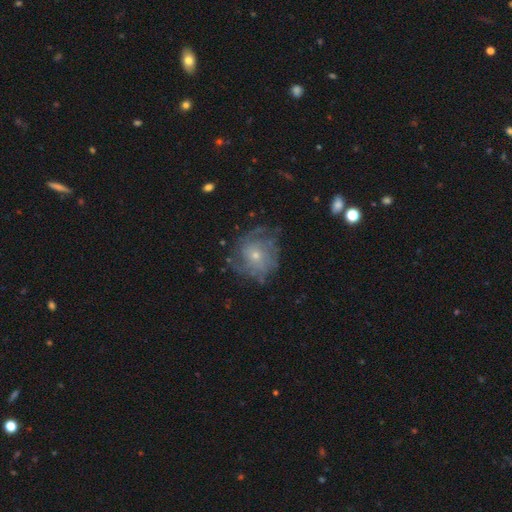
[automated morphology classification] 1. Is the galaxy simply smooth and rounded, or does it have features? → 67% featured or disk, 24% smooth, 9% star or artifact.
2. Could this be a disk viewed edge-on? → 97% no, 3% yes.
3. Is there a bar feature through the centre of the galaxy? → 82% no, 15% weak, 2% strong.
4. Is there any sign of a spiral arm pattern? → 79% yes, 21% no.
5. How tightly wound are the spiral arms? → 52% tight, 32% medium, 16% loose.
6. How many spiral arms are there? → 50% can't tell, 14% 2, 13% 3, 11% 4, 6% more than 4, 6% 1.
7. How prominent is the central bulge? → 70% small, 26% moderate, 2% none, 2% large, 1% dominant.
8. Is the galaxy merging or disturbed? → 65% none, 21% minor disturbance, 13% major disturbance, 2% merger.